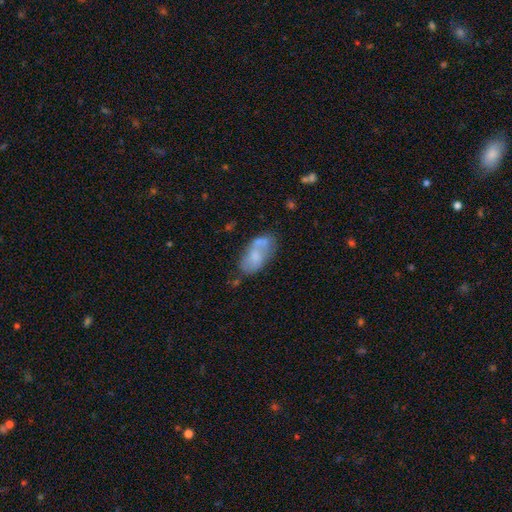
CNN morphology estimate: type=smooth (59%); roundness=in between (92%); merging=none (47%).